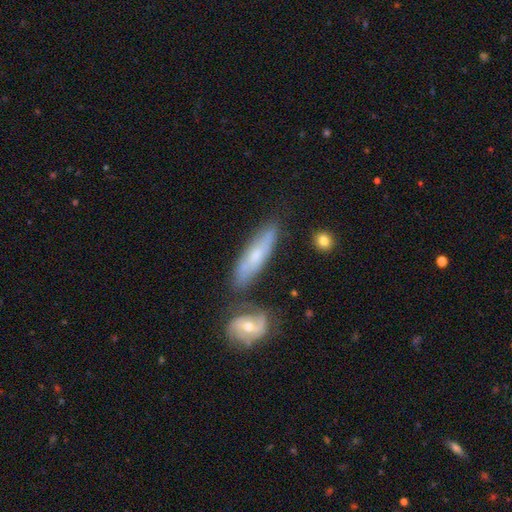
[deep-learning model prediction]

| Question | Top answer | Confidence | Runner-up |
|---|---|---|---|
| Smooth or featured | smooth | 49% | featured or disk (44%) |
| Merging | none | 64% | minor disturbance (17%) |